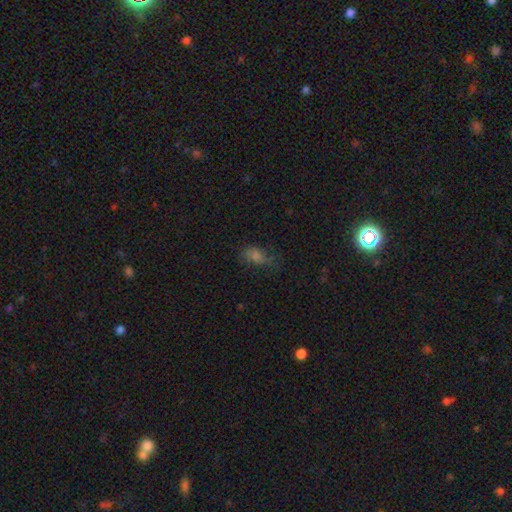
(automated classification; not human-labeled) Smooth or featured: smooth — 57% (star or artifact — 24%)
How rounded: in between — 79% (round — 15%)
Merging: none — 54% (minor disturbance — 27%)